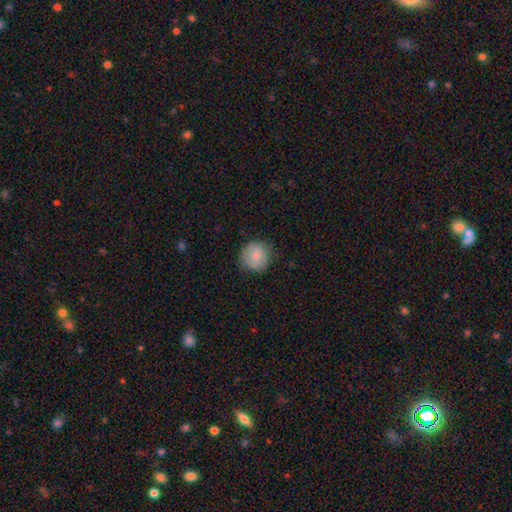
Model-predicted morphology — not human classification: This is clearly a smooth galaxy (83%). How rounded: clearly round (91%). Merging: likely none (78%).